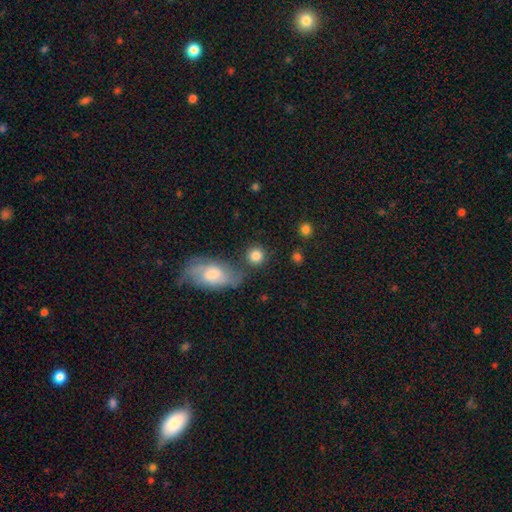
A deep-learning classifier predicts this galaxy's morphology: Smooth or featured? Predicted: smooth (p=0.84). How rounded? Predicted: round (p=0.87). Merging? Predicted: none (p=0.71).